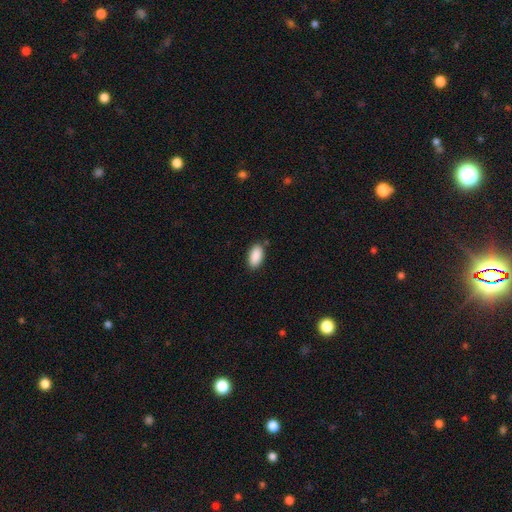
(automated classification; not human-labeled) Morphology: type=smooth (90%); roundness=in between (94%); merging=none (86%).